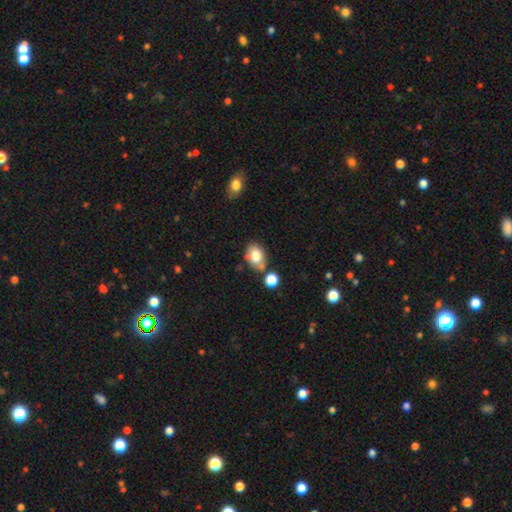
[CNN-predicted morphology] Smooth or featured? Predicted: smooth (p=0.79). How rounded? Predicted: in between (p=0.77). Merging? Predicted: none (p=0.62).